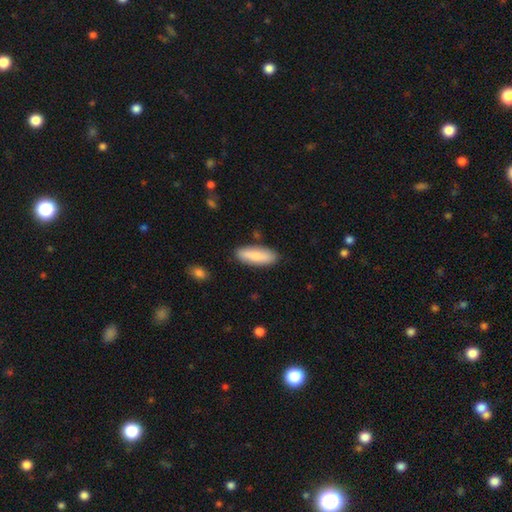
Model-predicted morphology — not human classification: This appears to be a smooth galaxy with no disk features (79%) that is in between round and cigar-shaped (59%). Merging: none (84%).